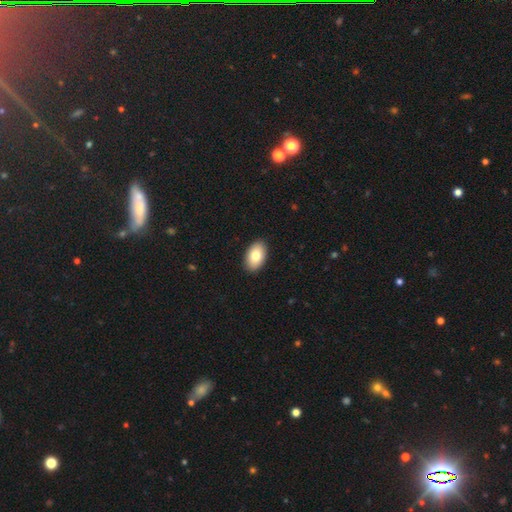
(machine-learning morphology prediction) A smooth galaxy with no disk features (81%) that is in between round and cigar-shaped (93%). Merging: none (90%).